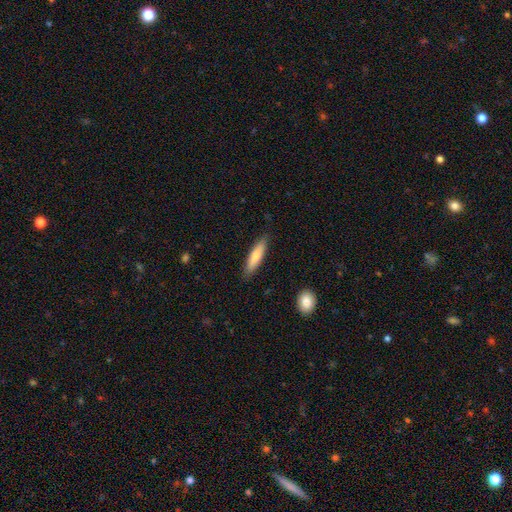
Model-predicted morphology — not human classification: smooth 71%, featured or disk 23%, star or artifact 6%. Down the decision tree: how rounded — cigar-shaped (73%); merging — none (86%).